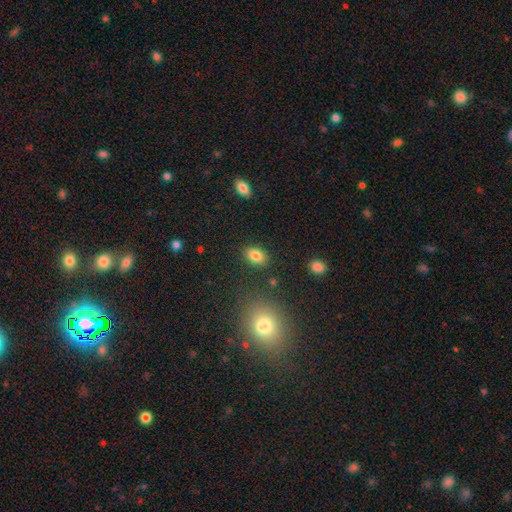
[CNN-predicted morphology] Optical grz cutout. It shows a smooth galaxy with no disk features (83%) that is in between round and cigar-shaped (80%). Merging: none (85%).